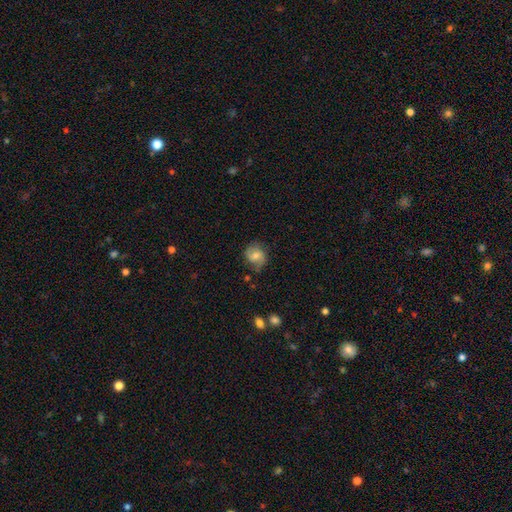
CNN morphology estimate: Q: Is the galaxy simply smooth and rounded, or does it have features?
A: smooth — 57%.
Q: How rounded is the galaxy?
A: round — 67%.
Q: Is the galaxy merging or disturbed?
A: none — 69%.